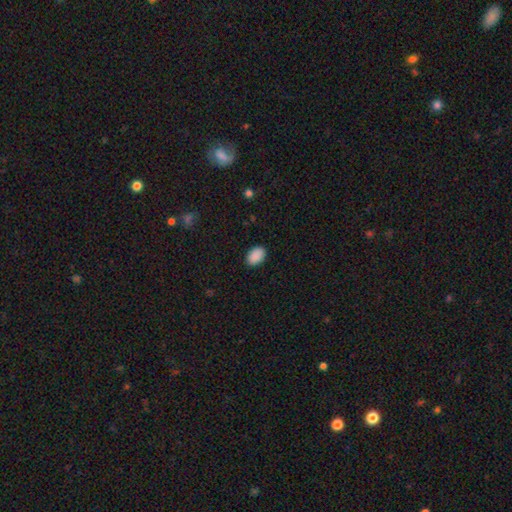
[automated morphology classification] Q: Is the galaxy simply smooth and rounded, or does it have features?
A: smooth — 90%.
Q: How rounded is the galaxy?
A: in between — 88%.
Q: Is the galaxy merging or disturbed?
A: none — 88%.